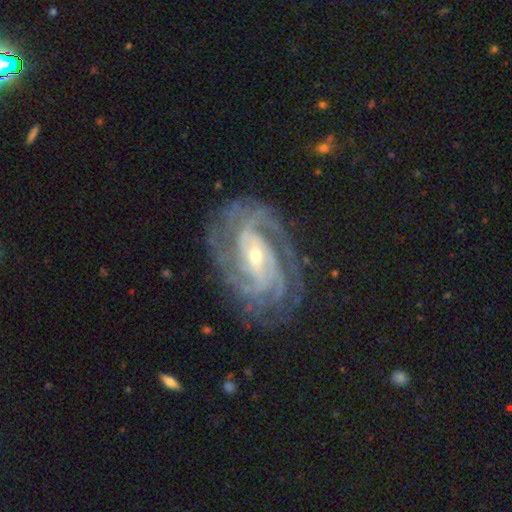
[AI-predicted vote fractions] A featured or disk galaxy (92%) with a weak bar (39%), 3 (26%) tight (69%) spiral arms (98%) and a small central bulge (62%). Merging: none (78%).